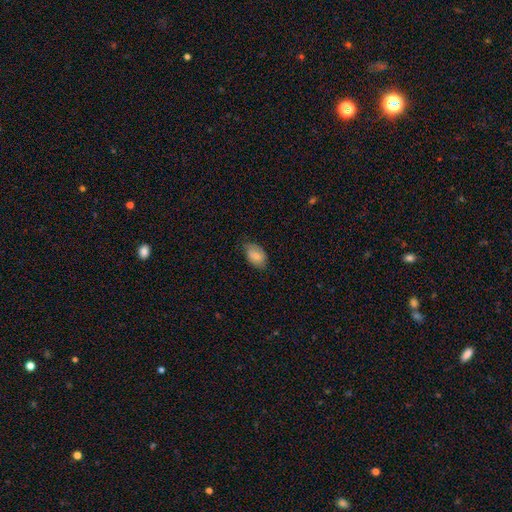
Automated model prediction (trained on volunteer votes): smooth-or-featured: smooth: 80% | featured or disk: 13% | star or artifact: 7%
  how-rounded: in between: 90% | round: 9% | cigar-shaped: 1%
  merging: none: 67% | minor disturbance: 27% | major disturbance: 5% | merger: 1%